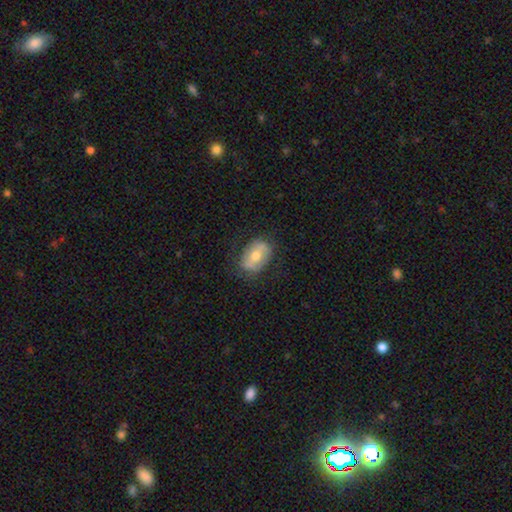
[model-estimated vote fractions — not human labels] smooth_or_featured: smooth (p=0.53) [alt: featured or disk p=0.40]
how_rounded: in between (p=0.81) [alt: round p=0.17]
merging: none (p=0.76) [alt: minor disturbance p=0.18]